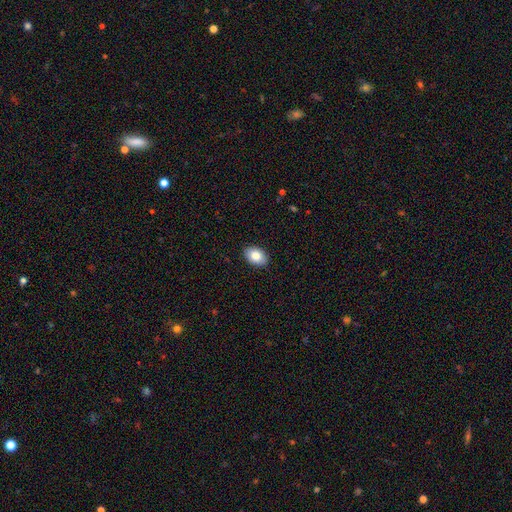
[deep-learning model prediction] A smooth galaxy with no disk features (83%) that is in between round and cigar-shaped (85%). Merging: none (90%).